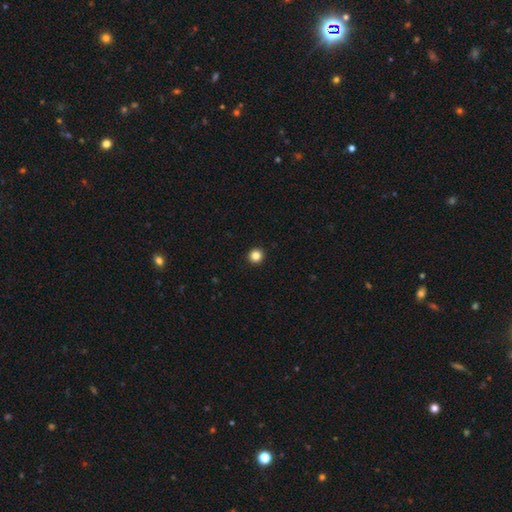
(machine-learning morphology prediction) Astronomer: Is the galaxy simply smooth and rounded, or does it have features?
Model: smooth — 85%.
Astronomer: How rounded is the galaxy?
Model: round — 95%.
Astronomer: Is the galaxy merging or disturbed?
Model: none — 94%.